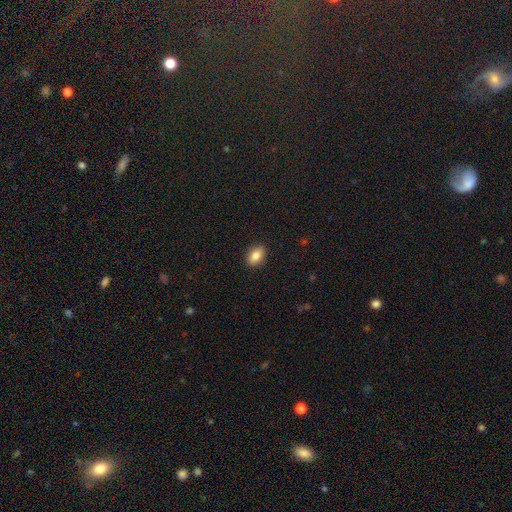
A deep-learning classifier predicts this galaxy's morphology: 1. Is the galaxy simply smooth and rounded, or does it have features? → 84% smooth, 8% featured or disk, 8% star or artifact.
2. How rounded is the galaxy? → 81% in between, 16% round, 2% cigar-shaped.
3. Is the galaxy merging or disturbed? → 90% none, 7% minor disturbance, 2% major disturbance, 1% merger.